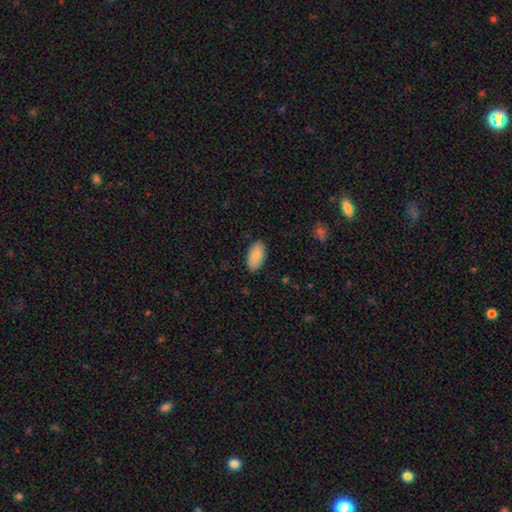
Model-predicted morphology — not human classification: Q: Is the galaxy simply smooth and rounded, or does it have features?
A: smooth — 87%.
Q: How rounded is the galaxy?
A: in between — 94%.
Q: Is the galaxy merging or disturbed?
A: none — 87%.